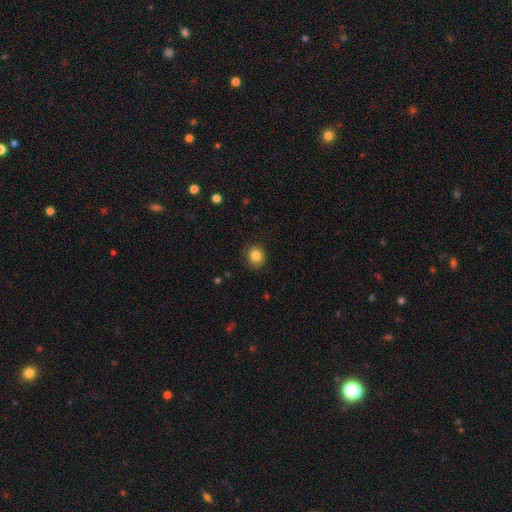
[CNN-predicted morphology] smooth 84%, star or artifact 10%, featured or disk 6%. Down the decision tree: how rounded — round (75%); merging — none (85%).